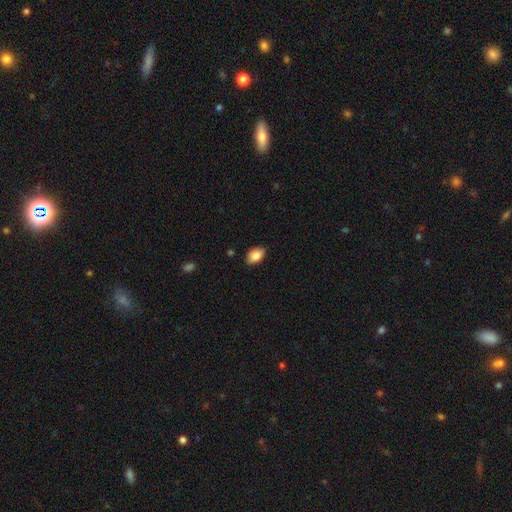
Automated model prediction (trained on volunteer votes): Smooth or featured? Predicted: smooth (p=0.85). How rounded? Predicted: in between (p=0.88). Merging? Predicted: none (p=0.85).